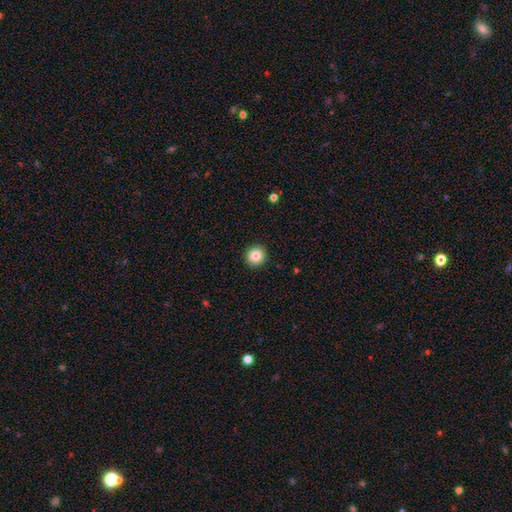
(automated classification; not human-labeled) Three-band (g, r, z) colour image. It shows a smooth galaxy with no disk features (84%) that is round (94%). Merging: none (93%).